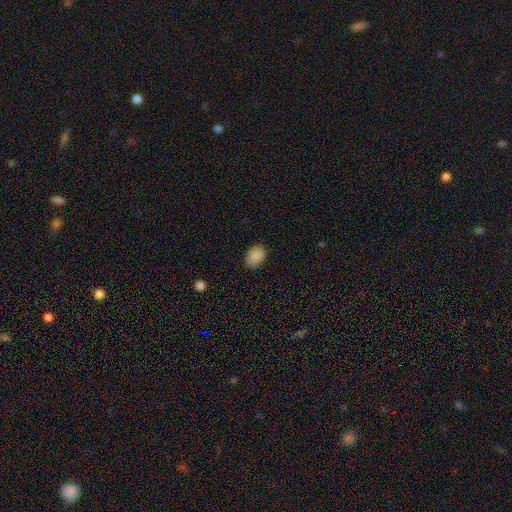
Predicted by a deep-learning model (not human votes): A smooth galaxy with no disk features (87%) that is in between round and cigar-shaped (76%).

Vote fractions:
- Smooth or featured? smooth: 87% / star or artifact: 10% / featured or disk: 3%
- How rounded? in between: 76% / round: 23% / cigar-shaped: 1%
- Merging? none: 77% / minor disturbance: 18% / major disturbance: 4% / merger: 1%